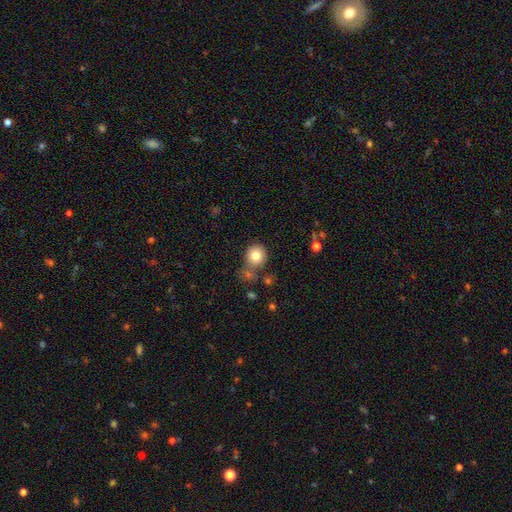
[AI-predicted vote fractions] The model was most divided on "merging": none: 66%, merger: 15%, minor disturbance: 14%, major disturbance: 5%. More confident: how rounded — round (86%); smooth or featured — smooth (79%).